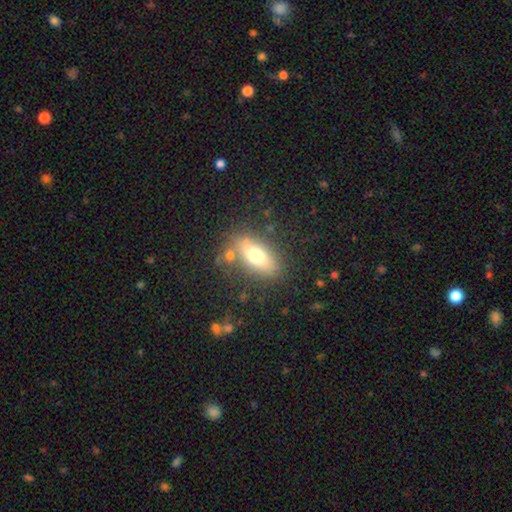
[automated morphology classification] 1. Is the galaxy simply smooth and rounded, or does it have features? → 67% smooth, 24% featured or disk, 9% star or artifact.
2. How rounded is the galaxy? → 80% in between, 14% cigar-shaped, 6% round.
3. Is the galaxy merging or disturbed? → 74% none, 14% minor disturbance, 7% merger, 5% major disturbance.